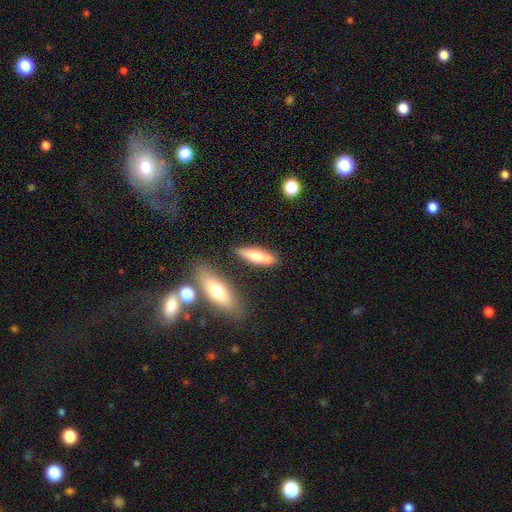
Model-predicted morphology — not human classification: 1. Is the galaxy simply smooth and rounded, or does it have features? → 66% smooth, 27% featured or disk, 7% star or artifact.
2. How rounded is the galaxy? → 59% cigar-shaped, 39% in between, 2% round.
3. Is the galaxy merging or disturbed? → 59% none, 20% merger, 16% minor disturbance, 5% major disturbance.